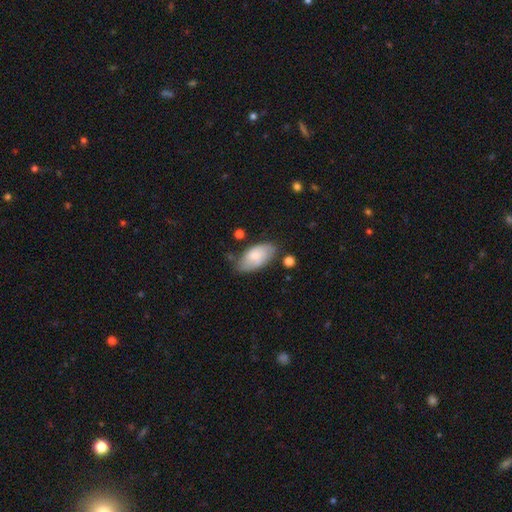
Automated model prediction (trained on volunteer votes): This is likely a smooth galaxy (65%). How rounded: clearly in between (94%). Merging: likely none (63%).